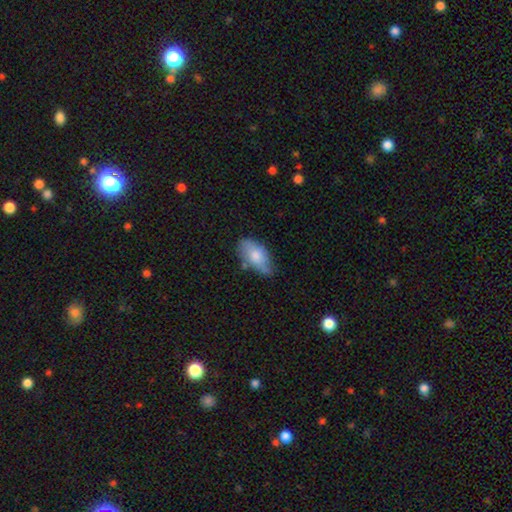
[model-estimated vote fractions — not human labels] A smooth galaxy with no disk features (70%) that is in between round and cigar-shaped (92%).

Vote fractions:
- Smooth or featured? smooth: 70% / featured or disk: 23% / star or artifact: 7%
- How rounded? in between: 92% / cigar-shaped: 4% / round: 4%
- Merging? none: 56% / minor disturbance: 33% / major disturbance: 7% / merger: 4%